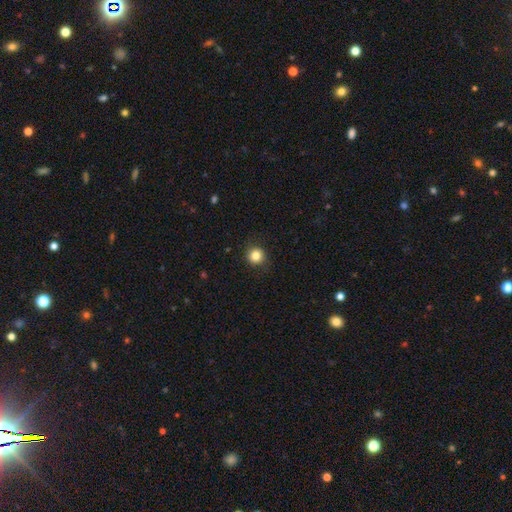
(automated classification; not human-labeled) Smooth or featured: smooth — 84% (star or artifact — 11%)
How rounded: round — 92% (in between — 7%)
Merging: none — 87% (minor disturbance — 9%)